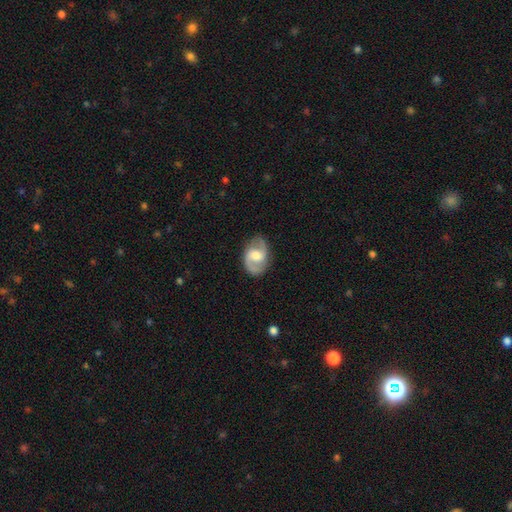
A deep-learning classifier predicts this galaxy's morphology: type=featured or disk (75%); edge-on=no (97%); bar=weak (49%); spiral arms=yes (91%); winding=medium (52%); arm count=2 (89%); bulge=moderate (59%); merging=none (80%).